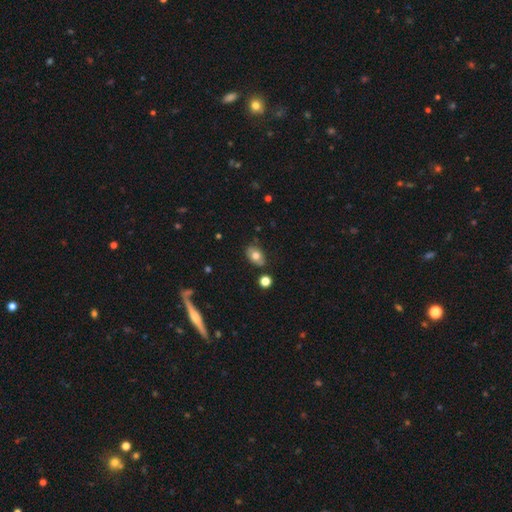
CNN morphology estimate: Overall: smooth (70%). How rounded: in between (81%). Merging: none (73%).